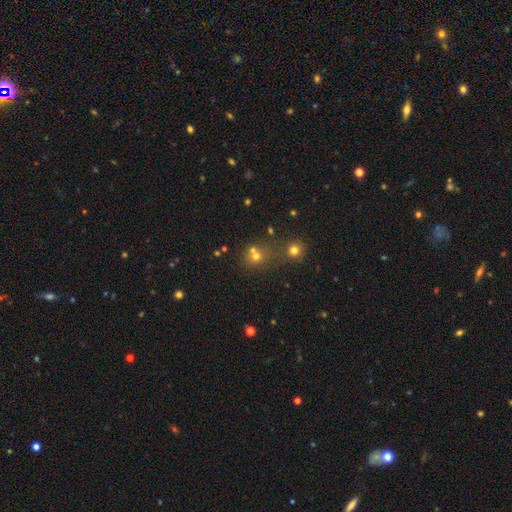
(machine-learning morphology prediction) Smooth or featured?
  - smooth: 62% *
  - star or artifact: 25%
  - featured or disk: 12%
How rounded?
  - round: 81% *
  - in between: 18%
  - cigar-shaped: 1%
Merging?
  - none: 49% *
  - merger: 38%
  - minor disturbance: 8%
  - major disturbance: 4%